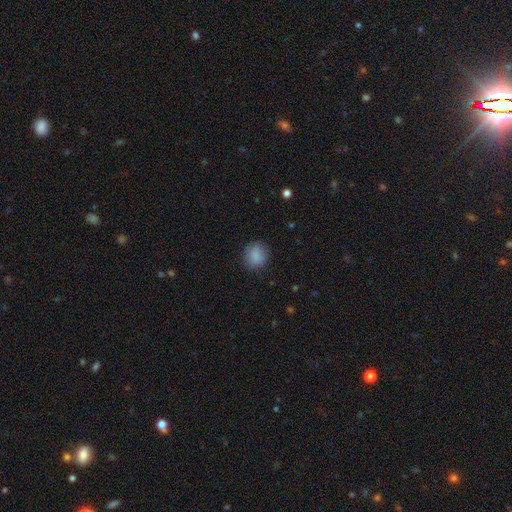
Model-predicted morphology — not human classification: A smooth galaxy with no disk features (86%) that is round (79%).

Vote fractions:
- Smooth or featured? smooth: 86% / star or artifact: 9% / featured or disk: 6%
- How rounded? round: 79% / in between: 20% / cigar-shaped: 1%
- Merging? none: 81% / minor disturbance: 13% / major disturbance: 4% / merger: 1%